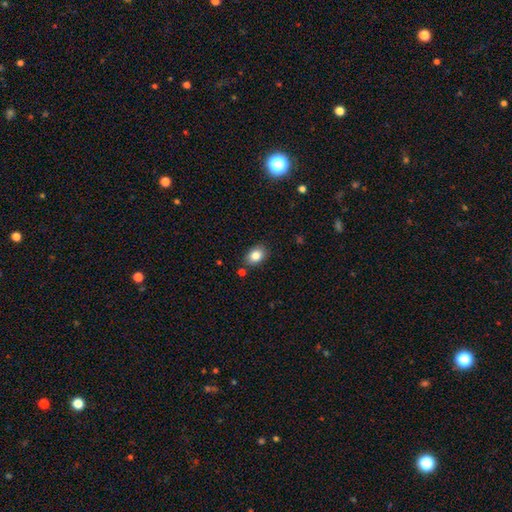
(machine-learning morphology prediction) Overall: smooth (84%). How rounded: in between (70%). Merging: none (83%).